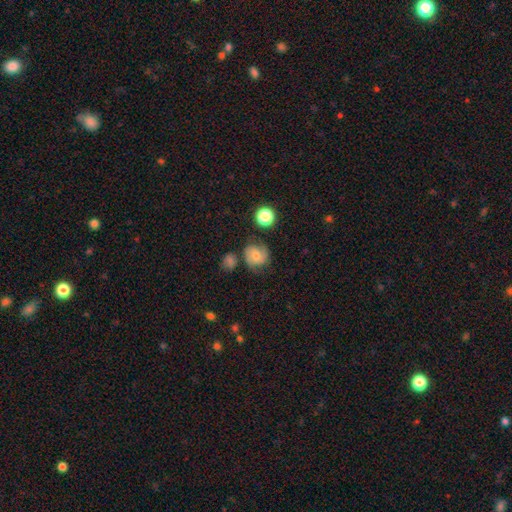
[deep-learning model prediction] smooth-or-featured: smooth: 45% | featured or disk: 44% | star or artifact: 12%
  merging: none: 65% | minor disturbance: 21% | major disturbance: 8% | merger: 6%